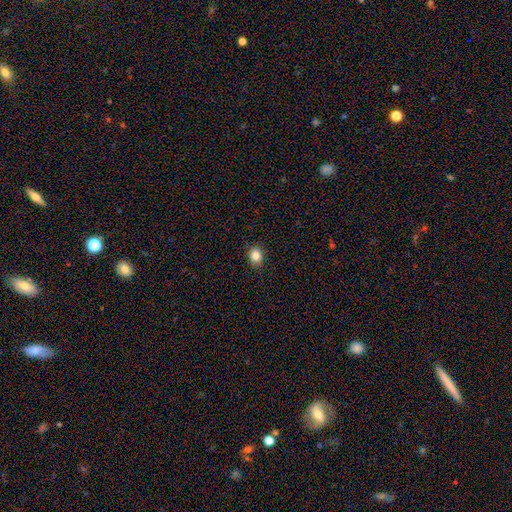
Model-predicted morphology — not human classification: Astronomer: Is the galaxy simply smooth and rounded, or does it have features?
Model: smooth — 84%.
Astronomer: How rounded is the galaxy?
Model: round — 55% (runner-up: in between, 44%).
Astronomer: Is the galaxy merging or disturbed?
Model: none — 88%.